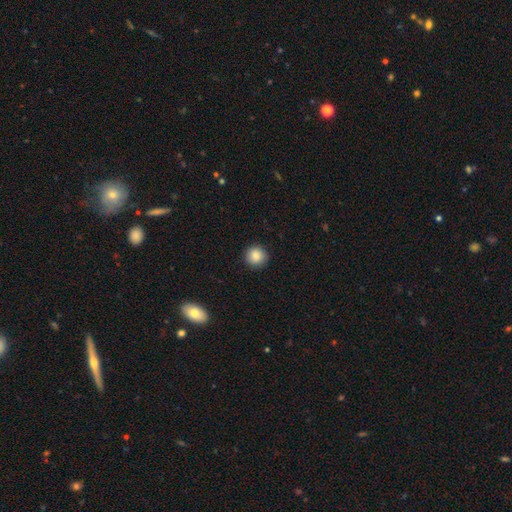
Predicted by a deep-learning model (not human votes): Q: Smooth or featured?
A: smooth (87%); runner-up: star or artifact (9%)
Q: How rounded?
A: round (94%); runner-up: in between (5%)
Q: Merging?
A: none (91%); runner-up: minor disturbance (6%)